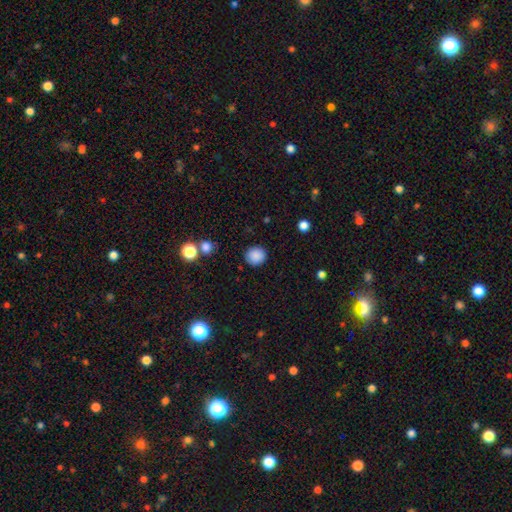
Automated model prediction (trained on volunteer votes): Q: Smooth or featured?
A: smooth (87%); runner-up: star or artifact (9%)
Q: How rounded?
A: round (86%); runner-up: in between (13%)
Q: Merging?
A: none (89%); runner-up: minor disturbance (7%)